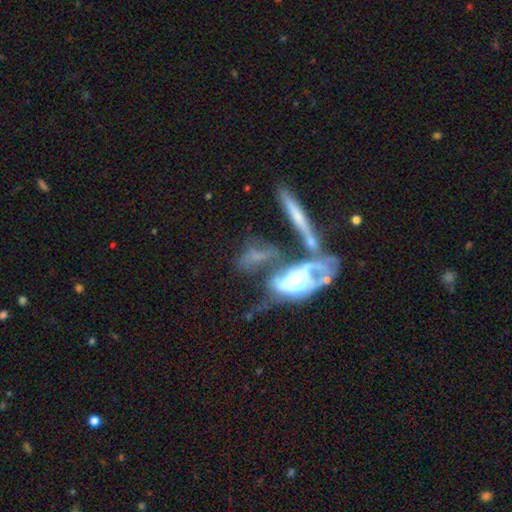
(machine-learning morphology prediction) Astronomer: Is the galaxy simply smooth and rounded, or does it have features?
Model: featured or disk — 59%.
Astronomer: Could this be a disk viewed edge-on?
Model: no — 70%.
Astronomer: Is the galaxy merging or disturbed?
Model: merger — 44% (runner-up: major disturbance, 25%).